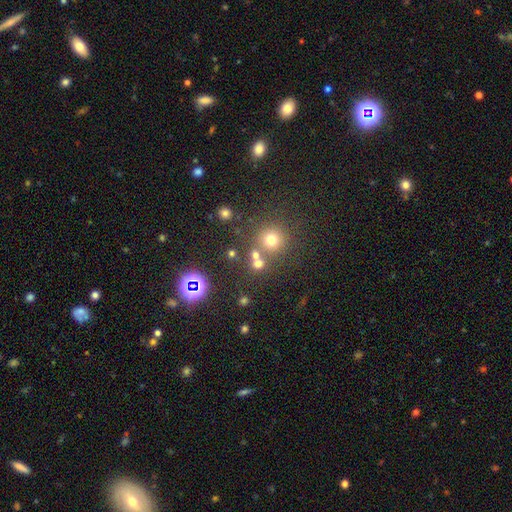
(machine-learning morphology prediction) This is likely a smooth galaxy (65%). How rounded: clearly round (88%). Merging: likely none (65%).